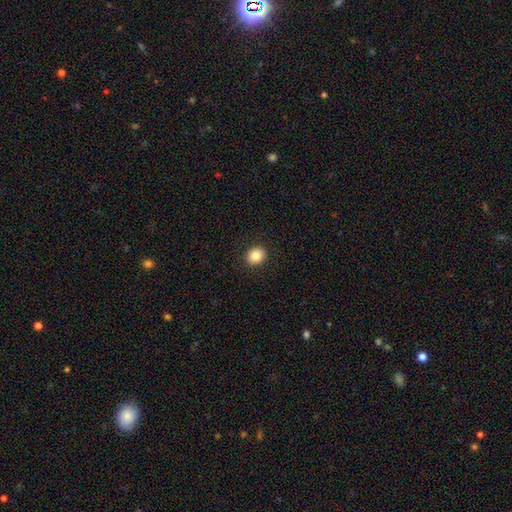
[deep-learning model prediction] smooth 84%, star or artifact 10%, featured or disk 6%. Down the decision tree: how rounded — round (73%); merging — none (92%).